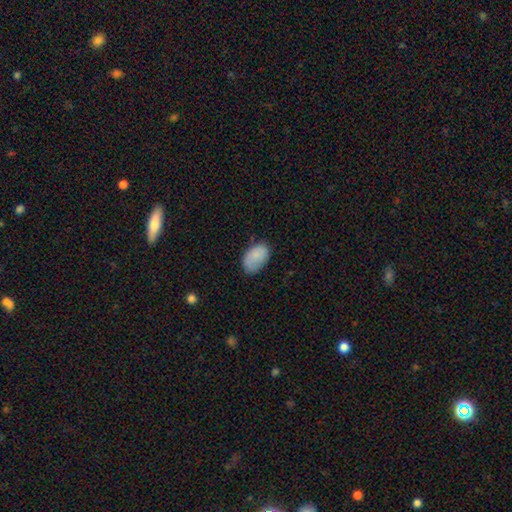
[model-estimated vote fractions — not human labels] Smooth or featured: smooth — 84% (featured or disk — 9%)
How rounded: in between — 92% (round — 7%)
Merging: none — 65% (minor disturbance — 26%)